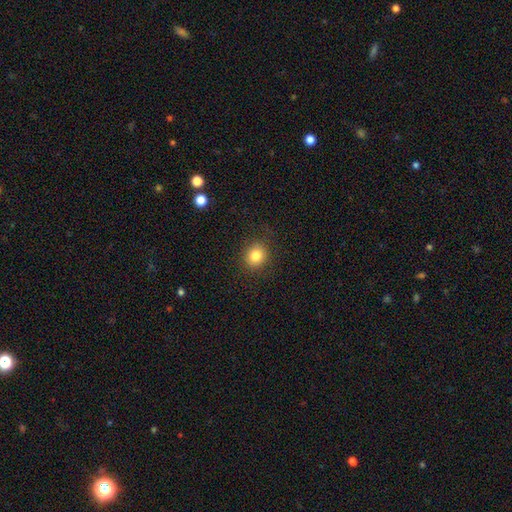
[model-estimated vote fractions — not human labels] Q: Smooth or featured?
A: smooth (82%); runner-up: star or artifact (11%)
Q: How rounded?
A: round (84%); runner-up: in between (15%)
Q: Merging?
A: none (88%); runner-up: minor disturbance (8%)